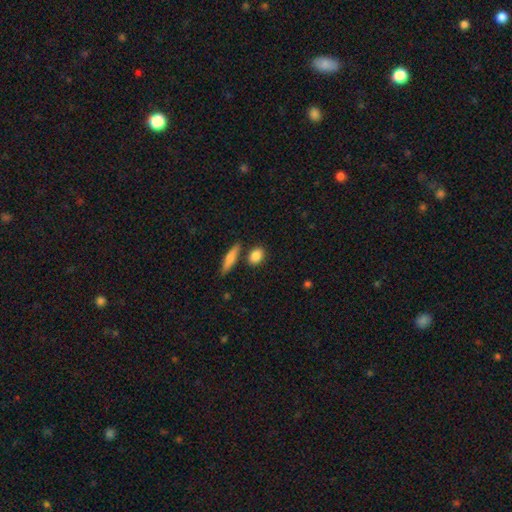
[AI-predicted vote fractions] This is clearly a smooth galaxy (86%). How rounded: possibly in between (58%). Merging: likely none (76%).